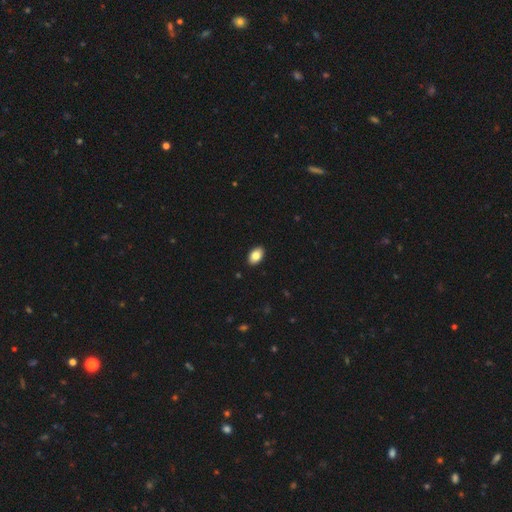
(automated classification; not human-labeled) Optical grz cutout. It shows a smooth galaxy with no disk features (84%) that is in between round and cigar-shaped (91%). Merging: none (91%).